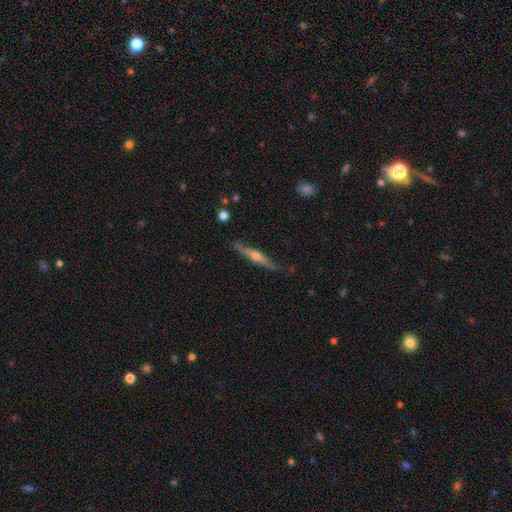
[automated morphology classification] This appears to be a featured or disk galaxy (69%) viewed edge-on (95%) with a rounded central bulge (86%). Merging: none (83%).